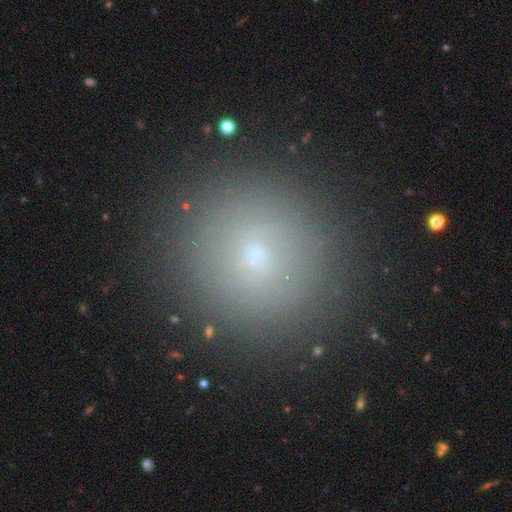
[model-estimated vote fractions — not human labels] smooth-or-featured: smooth: 66% | star or artifact: 22% | featured or disk: 13%
  how-rounded: round: 94% | in between: 5% | cigar-shaped: 1%
  merging: none: 90% | minor disturbance: 6% | major disturbance: 3% | merger: 1%